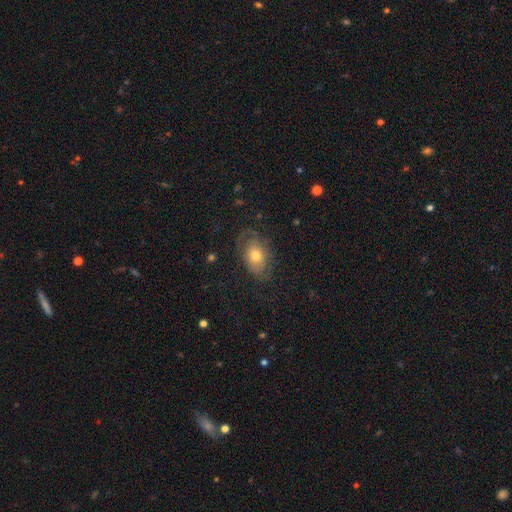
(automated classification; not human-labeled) smooth-or-featured: smooth: 53% | featured or disk: 38% | star or artifact: 9%
  how-rounded: in between: 82% | round: 17% | cigar-shaped: 2%
  merging: none: 61% | minor disturbance: 22% | major disturbance: 16% | merger: 1%